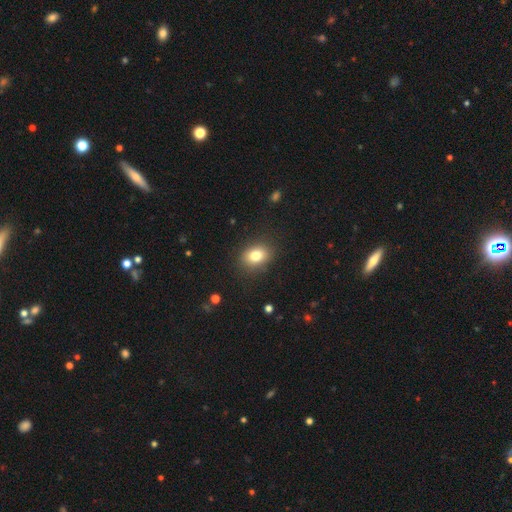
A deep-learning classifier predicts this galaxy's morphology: A smooth galaxy with no disk features (80%) that is in between round and cigar-shaped (61%). Merging: none (86%).